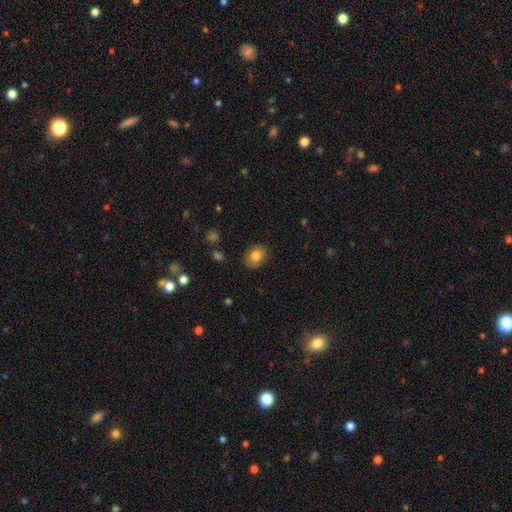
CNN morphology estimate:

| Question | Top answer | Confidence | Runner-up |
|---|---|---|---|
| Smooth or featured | smooth | 80% | featured or disk (11%) |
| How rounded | in between | 58% | round (41%) |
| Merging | none | 86% | minor disturbance (10%) |